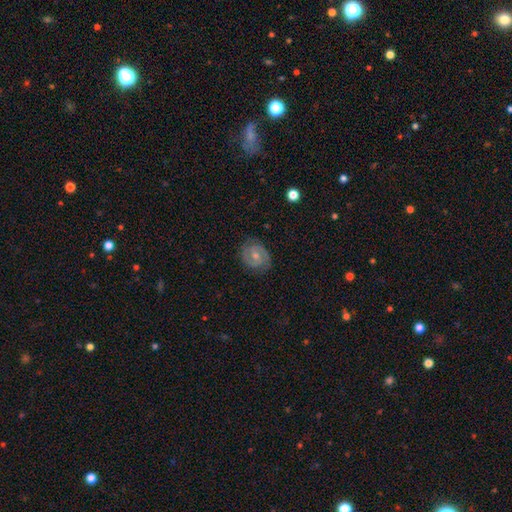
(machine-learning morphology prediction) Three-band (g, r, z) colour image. It shows a featured or disk galaxy (80%) with a weak bar (46%), 2 (89%) tight (51%) spiral arms (95%) and a moderate central bulge (54%). Merging: none (81%).